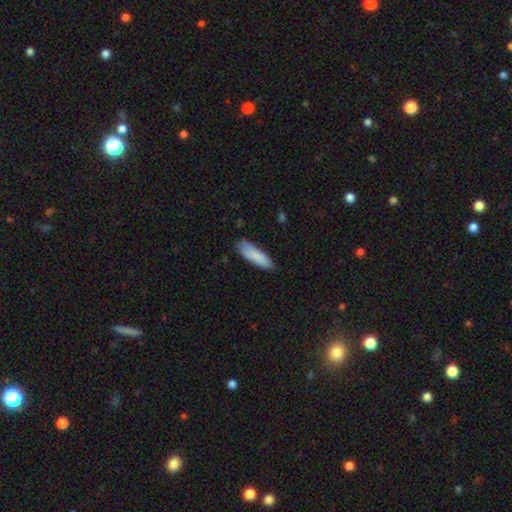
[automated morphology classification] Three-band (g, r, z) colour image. It shows a smooth galaxy with no disk features (85%) that is cigar-shaped (53%). Merging: none (76%).